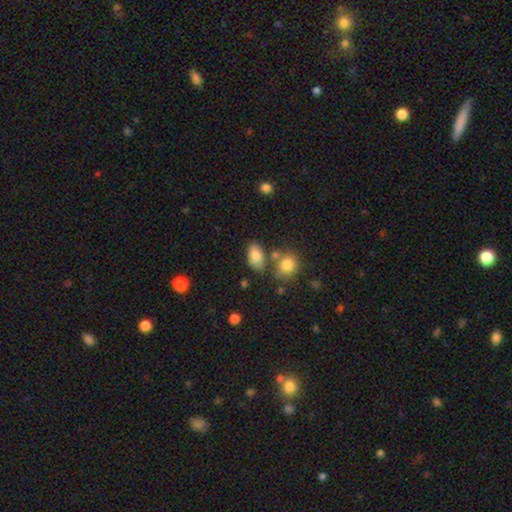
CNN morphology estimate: A smooth galaxy with no disk features (80%) that is in between round and cigar-shaped (89%). Merging: none (64%).